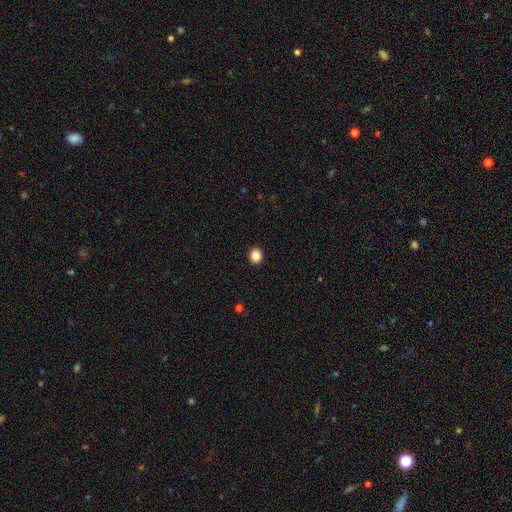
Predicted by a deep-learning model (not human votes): smooth_or_featured: smooth (p=0.86) [alt: star or artifact p=0.10]
how_rounded: round (p=0.74) [alt: in between p=0.26]
merging: none (p=0.93) [alt: minor disturbance p=0.05]